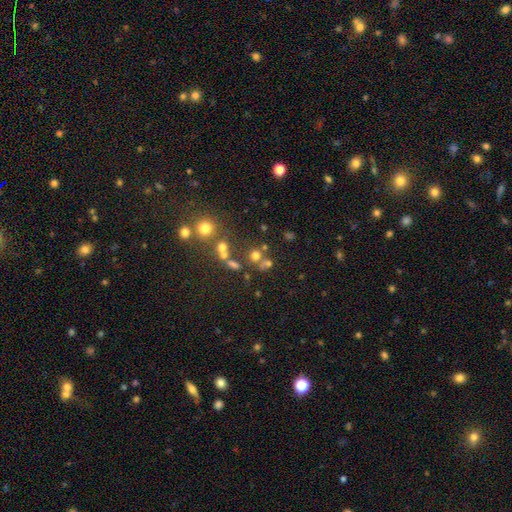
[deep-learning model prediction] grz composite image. It shows a smooth galaxy with no disk features (61%) that is round (81%). Merging: none (56%).